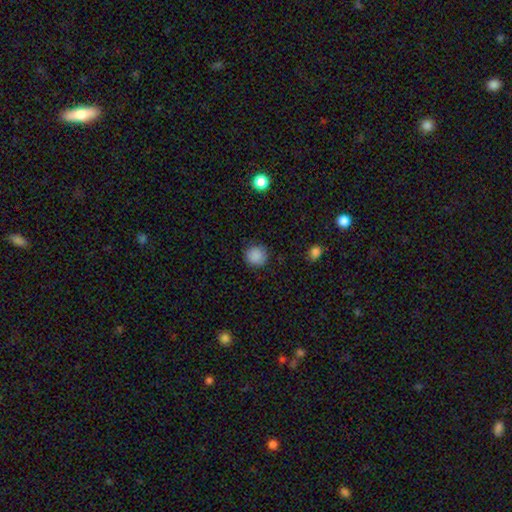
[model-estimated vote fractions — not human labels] A smooth galaxy with no disk features (88%) that is round (93%). Merging: none (89%).